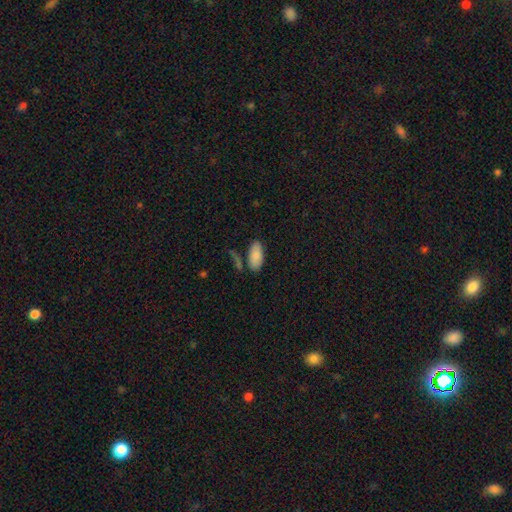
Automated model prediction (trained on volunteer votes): Morphology: type=smooth (86%); roundness=in between (90%); merging=none (71%).